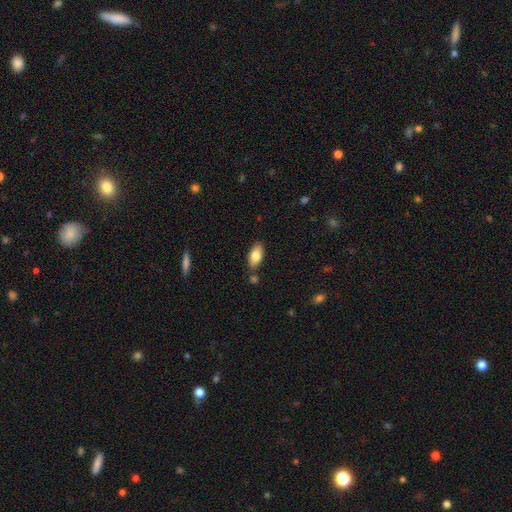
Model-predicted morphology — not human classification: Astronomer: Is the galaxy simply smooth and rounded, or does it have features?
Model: smooth — 79%.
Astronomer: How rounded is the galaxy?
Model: in between — 89%.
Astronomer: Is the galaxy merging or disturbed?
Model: none — 81%.